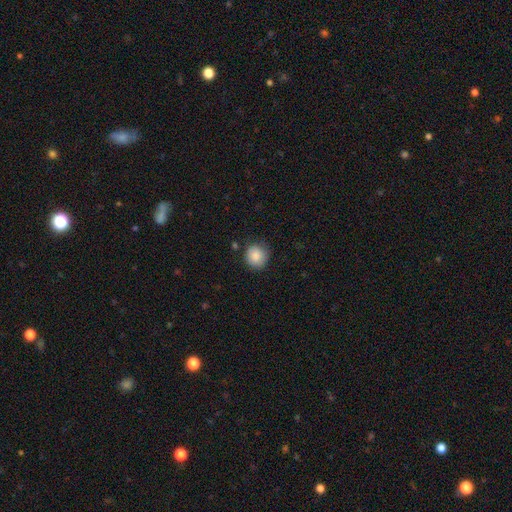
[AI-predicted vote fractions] A smooth galaxy with no disk features (87%) that is round (88%).

Vote fractions:
- Smooth or featured? smooth: 87% / star or artifact: 8% / featured or disk: 5%
- How rounded? round: 88% / in between: 11% / cigar-shaped: 1%
- Merging? none: 79% / minor disturbance: 16% / major disturbance: 3% / merger: 2%